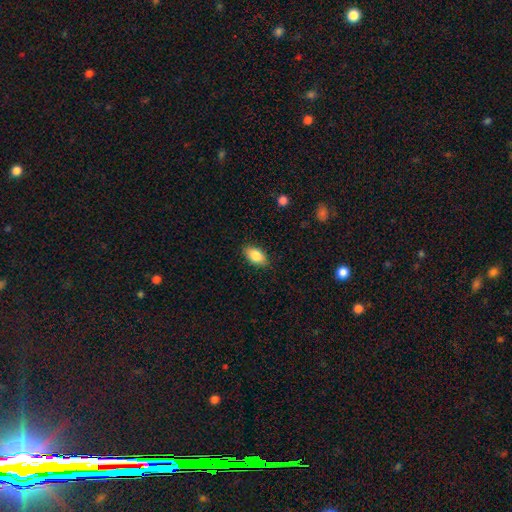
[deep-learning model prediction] A smooth galaxy with no disk features (84%) that is in between round and cigar-shaped (91%).

Vote fractions:
- Smooth or featured? smooth: 84% / featured or disk: 9% / star or artifact: 7%
- How rounded? in between: 91% / round: 6% / cigar-shaped: 3%
- Merging? none: 86% / minor disturbance: 11% / major disturbance: 2% / merger: 1%